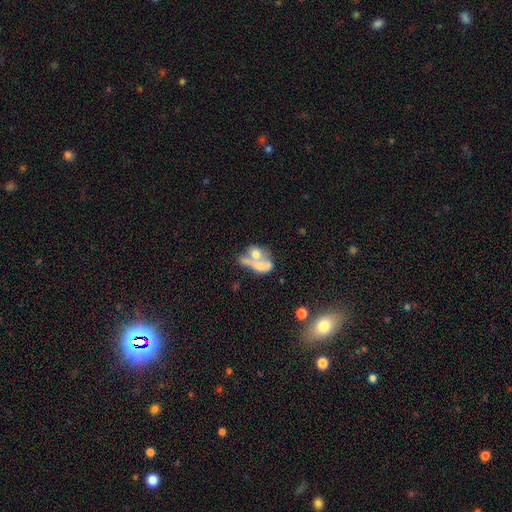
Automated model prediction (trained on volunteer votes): Morphology: type=smooth (47%); merging=merger (65%).